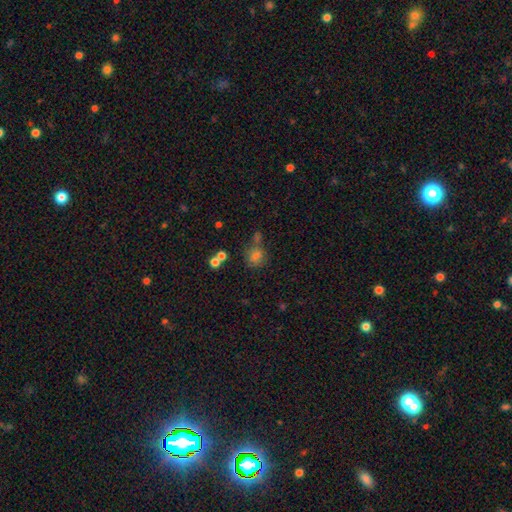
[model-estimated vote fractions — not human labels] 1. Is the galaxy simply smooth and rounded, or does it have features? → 70% smooth, 20% star or artifact, 10% featured or disk.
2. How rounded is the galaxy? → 71% round, 27% in between, 1% cigar-shaped.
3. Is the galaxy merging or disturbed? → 60% none, 18% merger, 15% minor disturbance, 7% major disturbance.